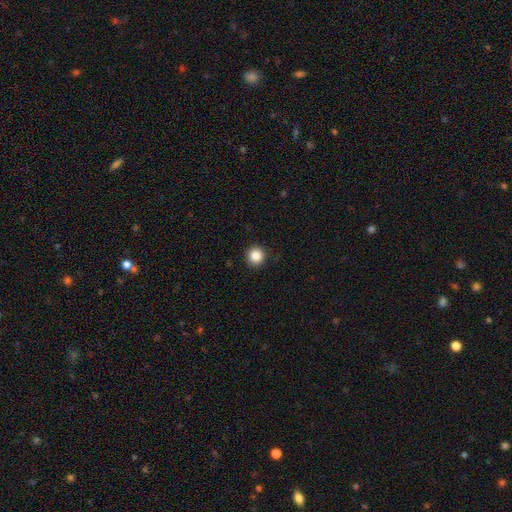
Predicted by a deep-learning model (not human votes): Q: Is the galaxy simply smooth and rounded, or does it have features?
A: smooth — 86%.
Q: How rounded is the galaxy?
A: round — 94%.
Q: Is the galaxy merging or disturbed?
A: none — 92%.